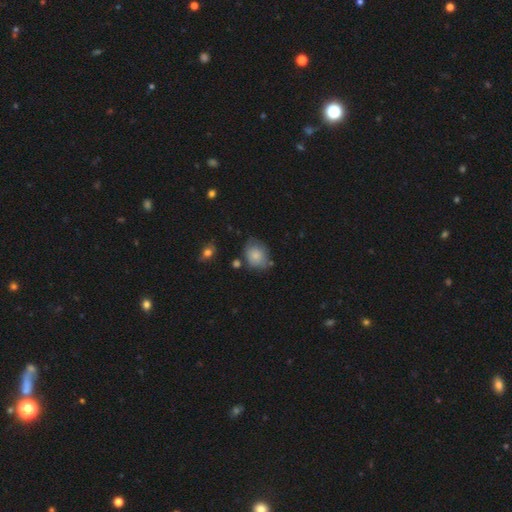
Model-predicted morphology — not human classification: smooth 78%, featured or disk 14%, star or artifact 8%. Down the decision tree: how rounded — in between (56%); merging — none (60%).